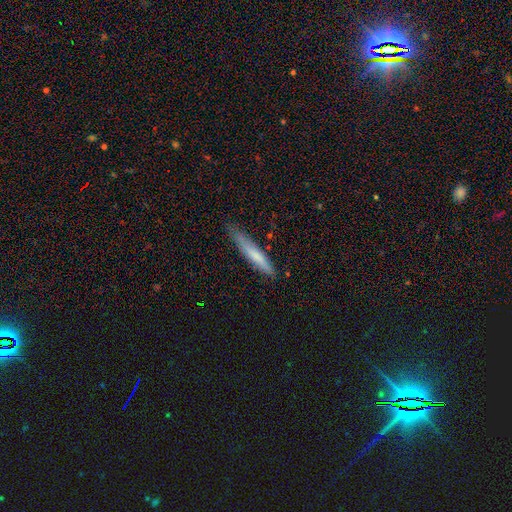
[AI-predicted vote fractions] Morphology: type=smooth (68%); roundness=cigar-shaped (93%); merging=none (75%).